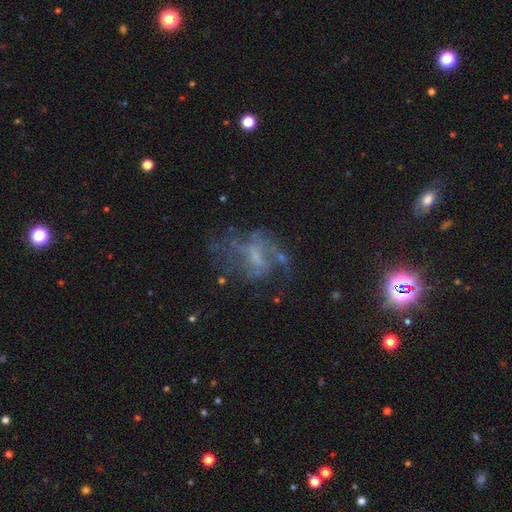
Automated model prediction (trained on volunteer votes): smooth-or-featured: featured or disk: 66% | smooth: 18% | star or artifact: 16%
  disk-edge-on: no: 97% | yes: 3%
    bar: no: 45% | weak: 42% | strong: 13%
    has-spiral-arms: yes: 51% | no: 49%
    bulge-size: none: 40% | small: 34% | moderate: 22% | large: 3% | dominant: 1%
  merging: none: 39% | major disturbance: 38% | minor disturbance: 17% | merger: 6%